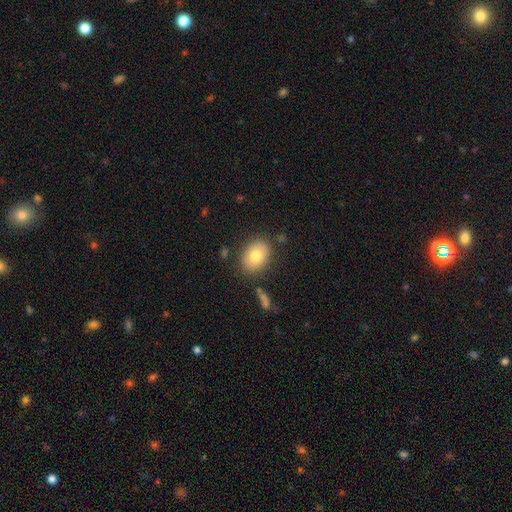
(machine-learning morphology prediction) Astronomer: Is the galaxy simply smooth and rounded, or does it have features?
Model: smooth — 78%.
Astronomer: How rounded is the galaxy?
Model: in between — 73%.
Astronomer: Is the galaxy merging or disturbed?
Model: none — 82%.